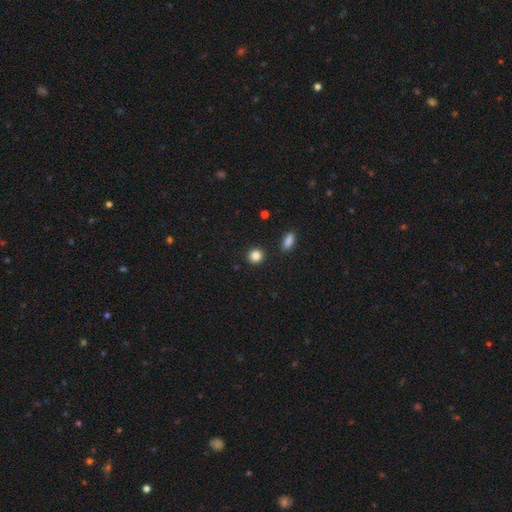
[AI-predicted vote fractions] A smooth galaxy with no disk features (86%) that is round (87%).

Vote fractions:
- Smooth or featured? smooth: 86% / star or artifact: 10% / featured or disk: 4%
- How rounded? round: 87% / in between: 11% / cigar-shaped: 1%
- Merging? none: 90% / minor disturbance: 6% / merger: 2% / major disturbance: 2%